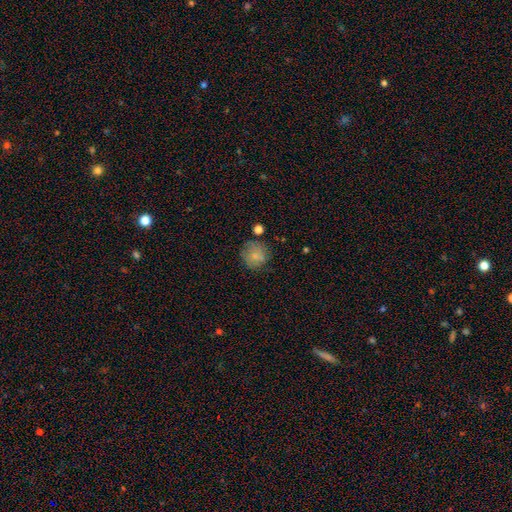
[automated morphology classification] Smooth or featured? smooth (75%)
How rounded? round (87%)
Merging? none (67%)